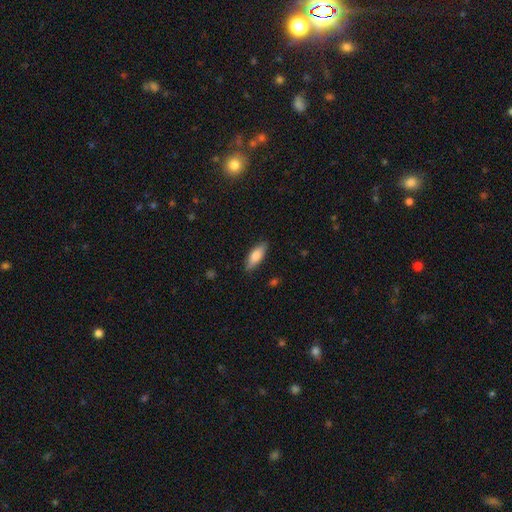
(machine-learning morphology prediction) smooth_or_featured: smooth (p=0.78) [alt: featured or disk p=0.16]
how_rounded: in between (p=0.68) [alt: cigar-shaped p=0.30]
merging: none (p=0.85) [alt: minor disturbance p=0.11]